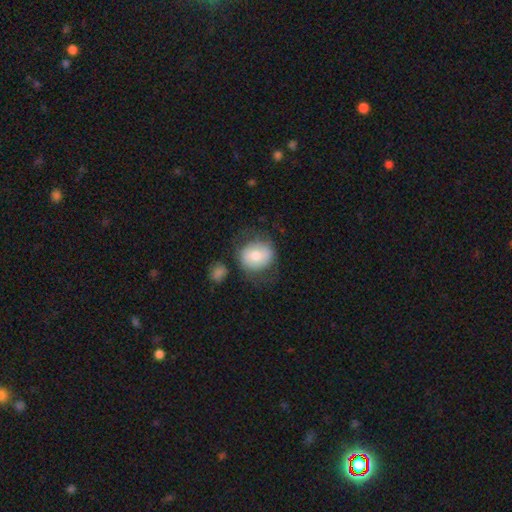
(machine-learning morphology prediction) smooth_or_featured: smooth (p=0.69) [alt: featured or disk p=0.24]
how_rounded: round (p=0.76) [alt: in between p=0.23]
merging: none (p=0.62) [alt: minor disturbance p=0.19]